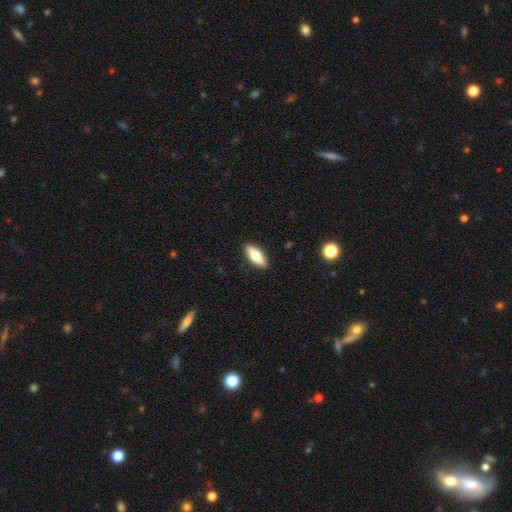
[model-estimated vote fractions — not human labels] smooth-or-featured: smooth: 65% | featured or disk: 28% | star or artifact: 6%
  how-rounded: in between: 69% | cigar-shaped: 28% | round: 3%
  merging: none: 89% | minor disturbance: 8% | major disturbance: 2% | merger: 1%